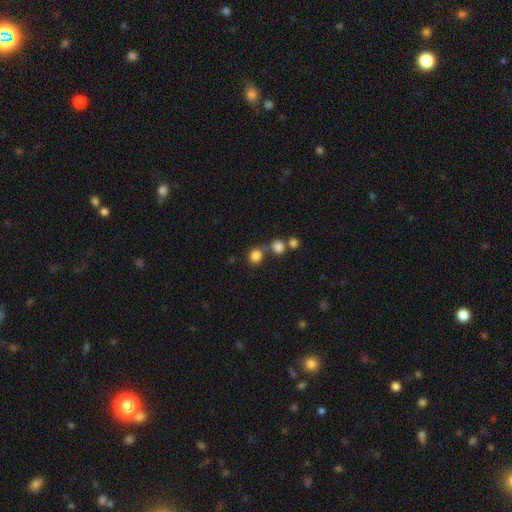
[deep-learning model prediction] Smooth or featured? Predicted: smooth (p=0.82). How rounded? Predicted: round (p=0.81). Merging? Predicted: none (p=0.62).